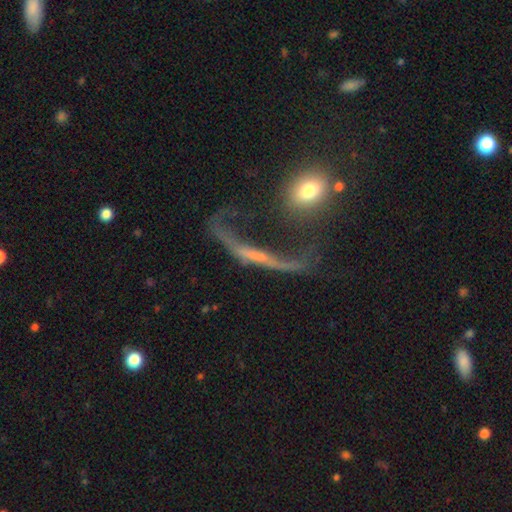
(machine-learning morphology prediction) This is likely a featured or disk galaxy (64%). It is likely not viewed edge-on (64%). Merging: possibly major disturbance (49%).